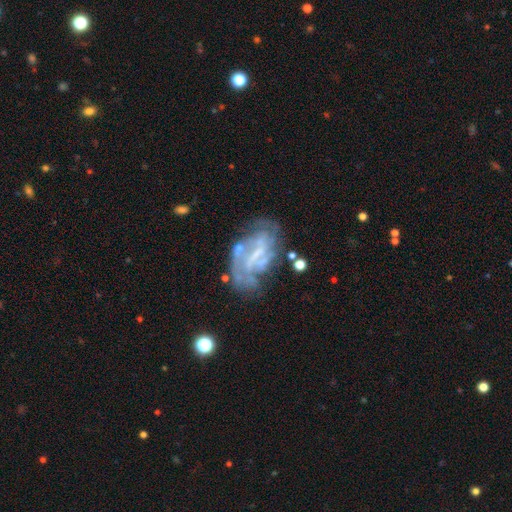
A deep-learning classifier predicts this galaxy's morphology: Overall: featured or disk (78%). Edge-on disk: no (96%). Bar: weak (41%; strong 33%). Spiral arms: yes (78%). Spiral arm count: can't tell (37%; 2 35%). Spiral winding: tight (43%; medium 39%). Bulge size: none (46%; small 36%). Merging: none (52%; minor disturbance 22%).